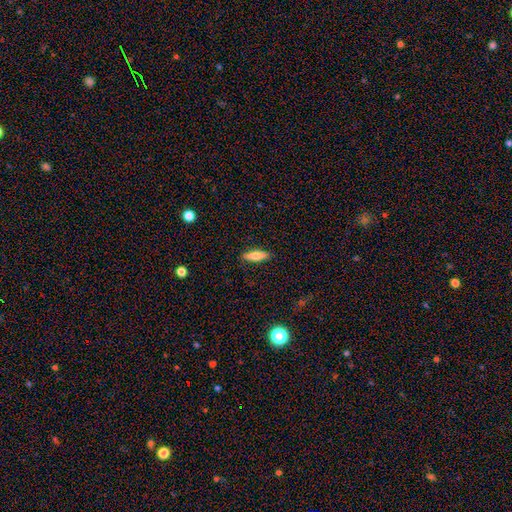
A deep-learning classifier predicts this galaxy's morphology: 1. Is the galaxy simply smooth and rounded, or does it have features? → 77% smooth, 17% featured or disk, 7% star or artifact.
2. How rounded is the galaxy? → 55% cigar-shaped, 43% in between, 2% round.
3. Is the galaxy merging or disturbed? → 88% none, 9% minor disturbance, 2% major disturbance, 1% merger.